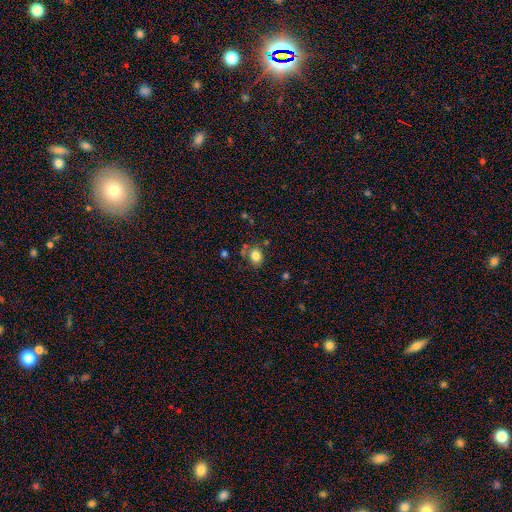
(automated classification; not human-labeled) This appears to be a smooth galaxy with no disk features (82%) that is round (58%). Merging: none (72%).